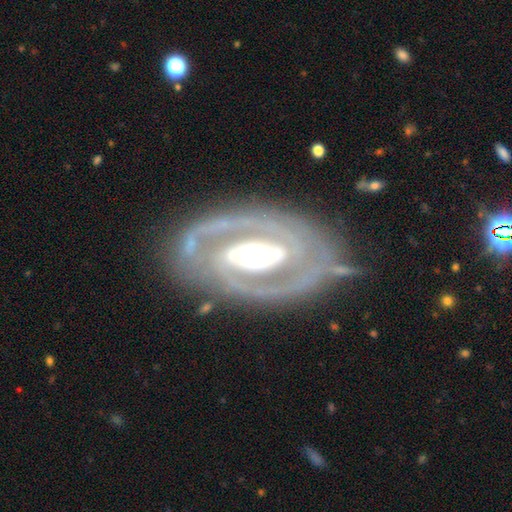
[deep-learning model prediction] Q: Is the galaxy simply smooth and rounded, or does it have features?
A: featured or disk — 89%.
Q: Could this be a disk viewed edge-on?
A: no — 96%.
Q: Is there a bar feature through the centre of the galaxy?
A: no — 40%.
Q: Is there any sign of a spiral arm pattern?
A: yes — 88%.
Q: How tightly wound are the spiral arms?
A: tight — 56%.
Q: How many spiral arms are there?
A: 2 — 83%.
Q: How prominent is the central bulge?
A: moderate — 57%.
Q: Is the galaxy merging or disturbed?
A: none — 77%.